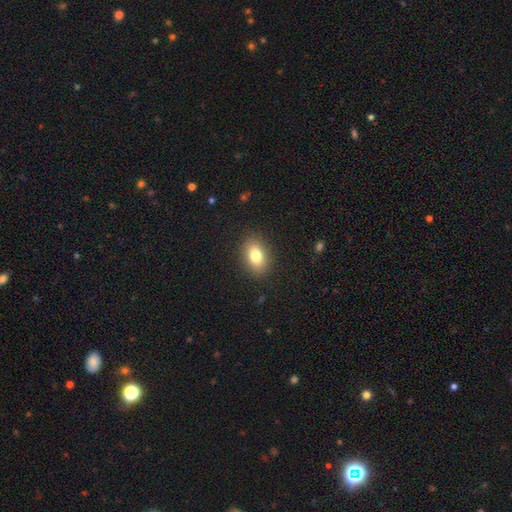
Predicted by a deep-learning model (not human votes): Smooth or featured: smooth — 81% (featured or disk — 10%)
How rounded: in between — 83% (round — 15%)
Merging: none — 88% (minor disturbance — 8%)